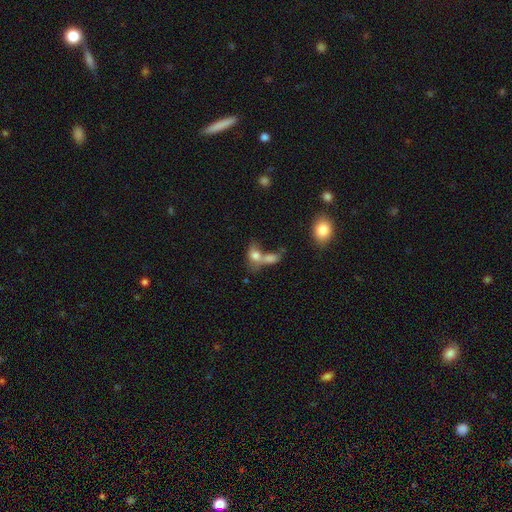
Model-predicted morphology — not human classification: smooth 73%, featured or disk 17%, star or artifact 10%. Down the decision tree: how rounded — in between (73%); merging — merger (65%).